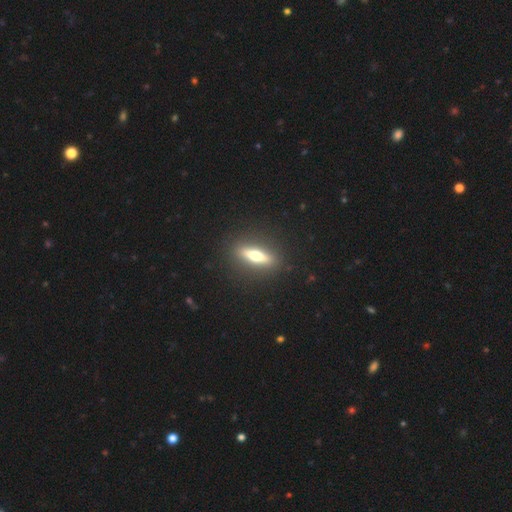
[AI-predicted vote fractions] Smooth or featured? Predicted: featured or disk (p=0.48). Merging? Predicted: none (p=0.89).